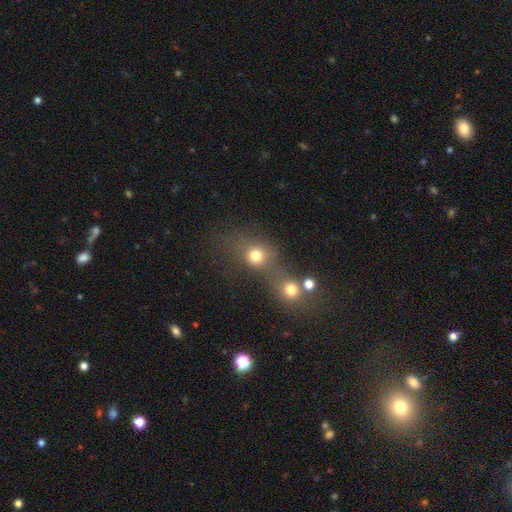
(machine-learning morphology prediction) Overall: smooth (73%). How rounded: round (80%). Merging: merger (48%; none 37%).